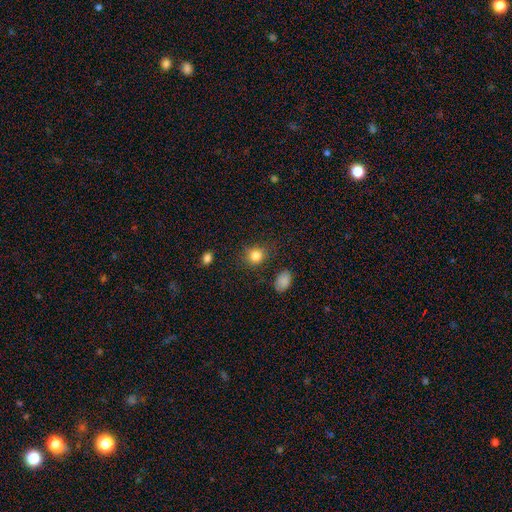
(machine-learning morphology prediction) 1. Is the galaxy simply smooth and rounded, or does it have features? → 83% smooth, 11% star or artifact, 5% featured or disk.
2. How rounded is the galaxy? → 74% round, 25% in between, 1% cigar-shaped.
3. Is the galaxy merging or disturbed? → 79% none, 14% minor disturbance, 5% major disturbance, 3% merger.